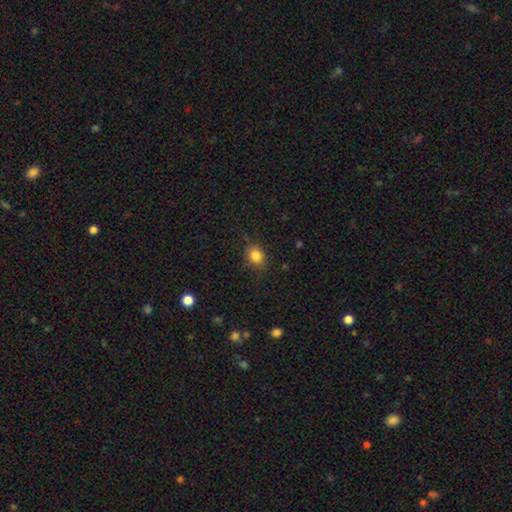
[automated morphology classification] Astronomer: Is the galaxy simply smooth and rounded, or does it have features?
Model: smooth — 83%.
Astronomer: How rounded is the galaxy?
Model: round — 59% (runner-up: in between, 40%).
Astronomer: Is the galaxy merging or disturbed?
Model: none — 81%.